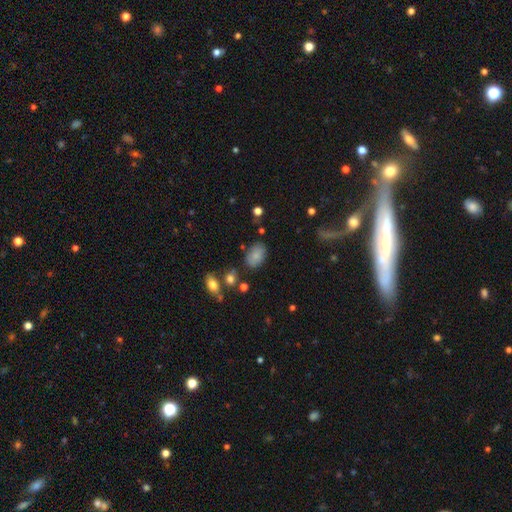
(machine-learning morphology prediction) smooth-or-featured: smooth: 81% | featured or disk: 10% | star or artifact: 9%
  how-rounded: in between: 85% | round: 13% | cigar-shaped: 1%
  merging: none: 75% | minor disturbance: 17% | major disturbance: 5% | merger: 3%